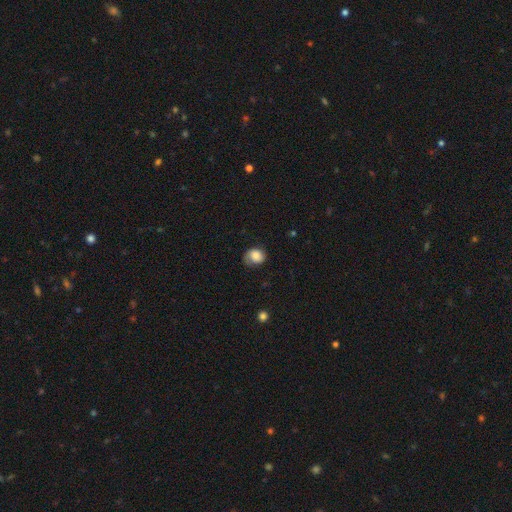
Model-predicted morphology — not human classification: A smooth galaxy with no disk features (76%) that is round (62%). Merging: none (56%).